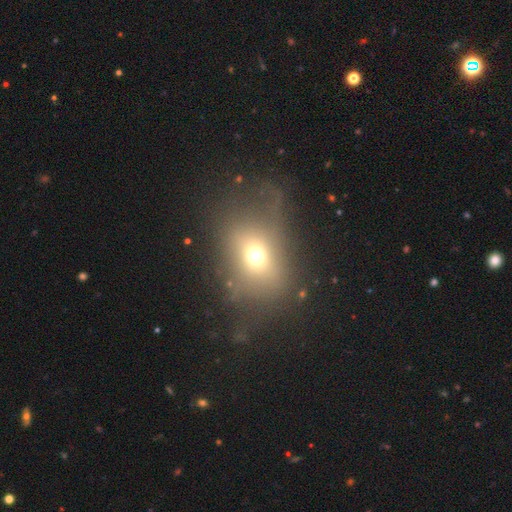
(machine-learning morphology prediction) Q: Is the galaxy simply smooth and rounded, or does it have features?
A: smooth — 63%.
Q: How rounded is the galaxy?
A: round — 52%.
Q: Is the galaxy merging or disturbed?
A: none — 46%.